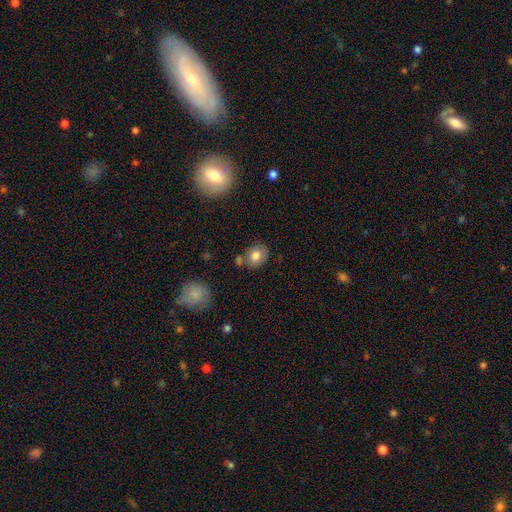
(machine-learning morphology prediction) smooth-or-featured: smooth: 78% | featured or disk: 13% | star or artifact: 9%
  how-rounded: in between: 55% | round: 44% | cigar-shaped: 1%
  merging: none: 66% | minor disturbance: 16% | merger: 14% | major disturbance: 4%